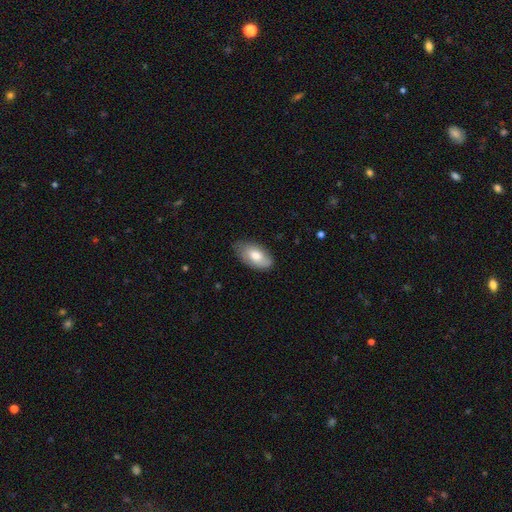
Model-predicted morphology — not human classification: Overall: smooth (74%). How rounded: in between (94%). Merging: none (71%).